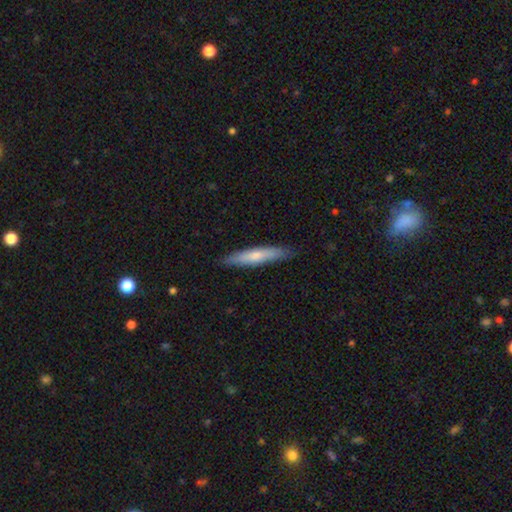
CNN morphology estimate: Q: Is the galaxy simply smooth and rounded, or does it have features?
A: smooth — 65%.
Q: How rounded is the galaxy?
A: cigar-shaped — 89%.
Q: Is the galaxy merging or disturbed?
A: none — 87%.